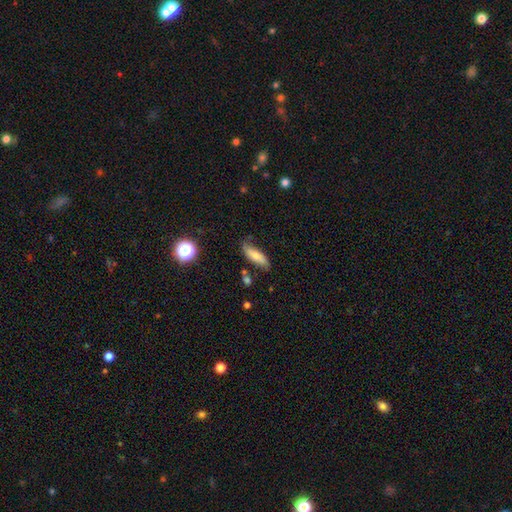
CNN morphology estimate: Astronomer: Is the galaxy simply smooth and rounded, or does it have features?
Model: smooth — 68%.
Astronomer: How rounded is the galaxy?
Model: in between — 54% (runner-up: cigar-shaped, 43%).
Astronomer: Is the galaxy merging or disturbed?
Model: none — 63%.